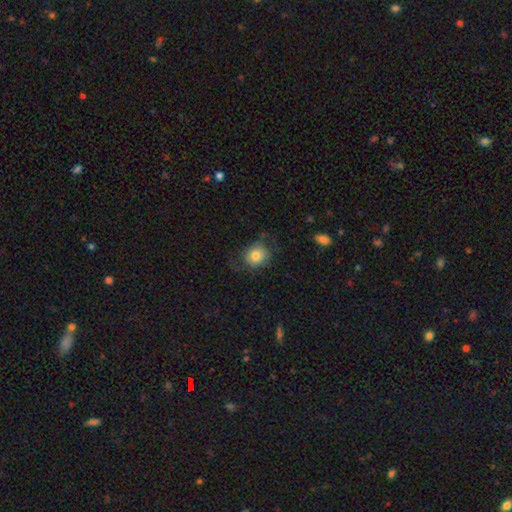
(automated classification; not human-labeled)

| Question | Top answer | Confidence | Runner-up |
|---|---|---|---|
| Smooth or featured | smooth | 74% | featured or disk (17%) |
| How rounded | round | 75% | in between (24%) |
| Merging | none | 59% | minor disturbance (24%) |